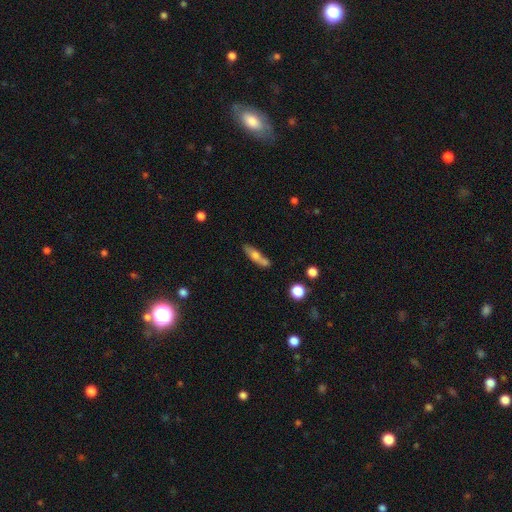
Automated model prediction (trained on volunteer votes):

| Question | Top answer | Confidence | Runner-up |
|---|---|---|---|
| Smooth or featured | smooth | 55% | featured or disk (36%) |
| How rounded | cigar-shaped | 65% | in between (30%) |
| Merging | none | 59% | merger (20%) |